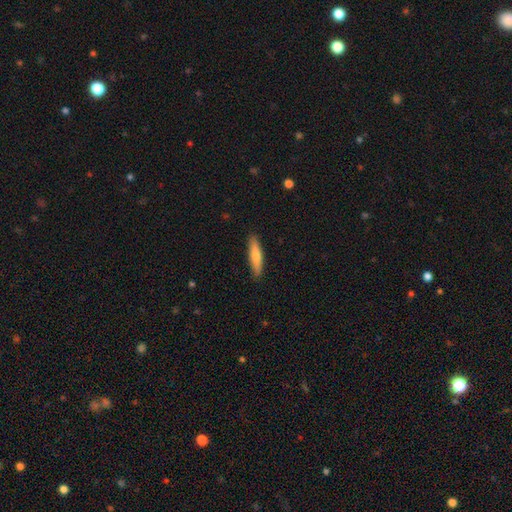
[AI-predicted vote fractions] Smooth or featured? Predicted: smooth (p=0.71). How rounded? Predicted: cigar-shaped (p=0.83). Merging? Predicted: none (p=0.89).